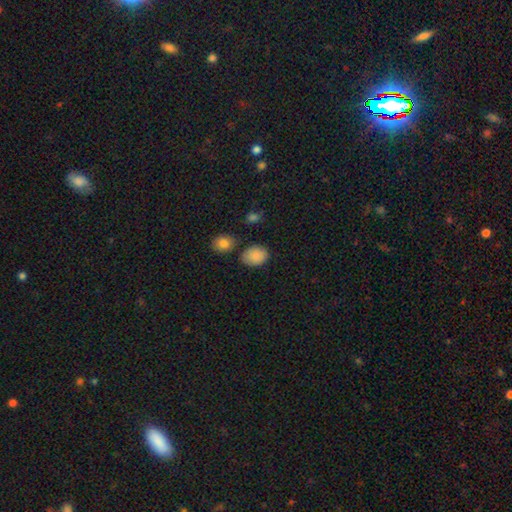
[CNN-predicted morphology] smooth 88%, star or artifact 8%, featured or disk 5%. Down the decision tree: how rounded — in between (66%); merging — none (78%).